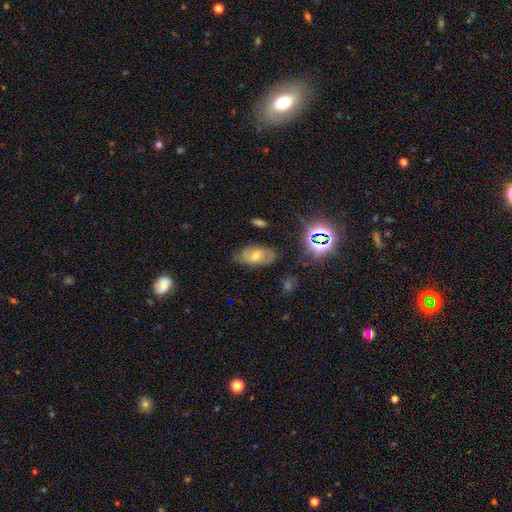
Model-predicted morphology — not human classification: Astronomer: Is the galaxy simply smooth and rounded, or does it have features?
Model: featured or disk — 52%.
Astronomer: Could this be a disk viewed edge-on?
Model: no — 92%.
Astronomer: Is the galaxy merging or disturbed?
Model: none — 74%.